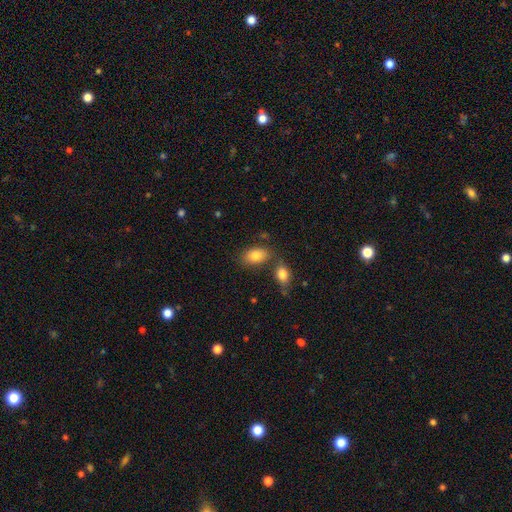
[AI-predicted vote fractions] Smooth or featured: smooth — 82% (featured or disk — 10%)
How rounded: in between — 90% (round — 9%)
Merging: none — 63% (merger — 20%)